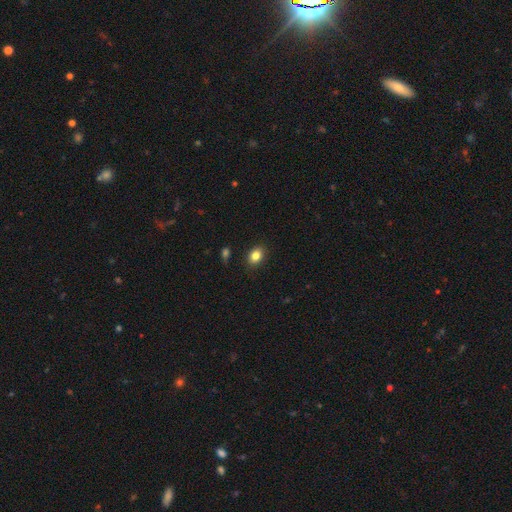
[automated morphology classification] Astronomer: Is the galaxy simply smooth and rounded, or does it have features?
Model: smooth — 84%.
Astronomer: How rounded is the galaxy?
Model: in between — 65%.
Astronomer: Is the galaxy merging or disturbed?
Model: none — 87%.